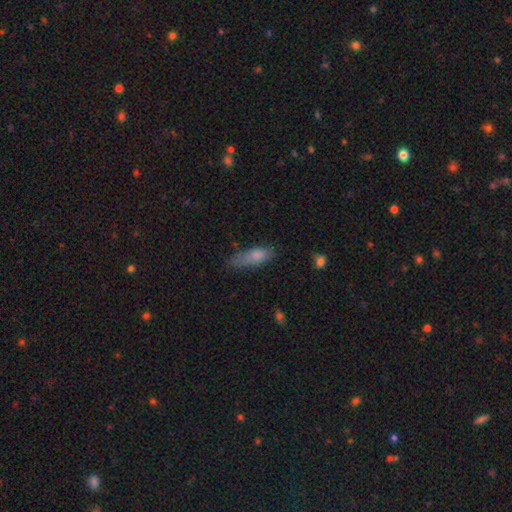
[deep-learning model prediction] smooth 79%, featured or disk 13%, star or artifact 8%. Down the decision tree: how rounded — in between (53%); merging — none (51%).